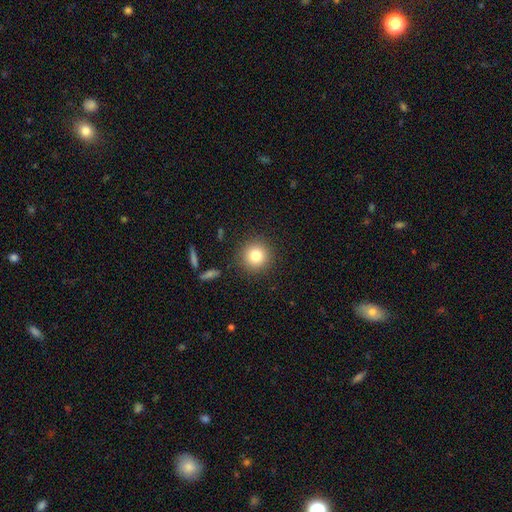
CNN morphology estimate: smooth 80%, star or artifact 11%, featured or disk 8%. Down the decision tree: how rounded — round (94%); merging — none (89%).